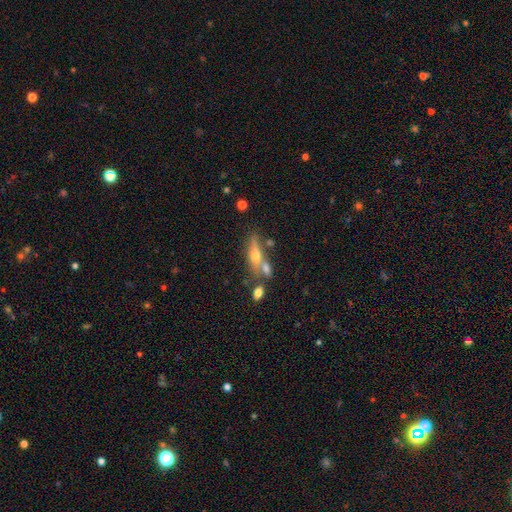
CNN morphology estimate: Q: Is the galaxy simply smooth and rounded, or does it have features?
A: featured or disk — 48%.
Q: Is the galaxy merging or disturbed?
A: none — 52%.